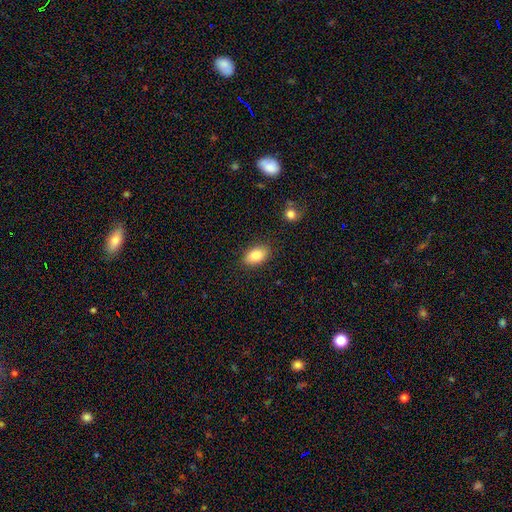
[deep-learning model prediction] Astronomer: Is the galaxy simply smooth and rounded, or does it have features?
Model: smooth — 84%.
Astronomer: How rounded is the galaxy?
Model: in between — 91%.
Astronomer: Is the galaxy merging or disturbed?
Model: none — 87%.